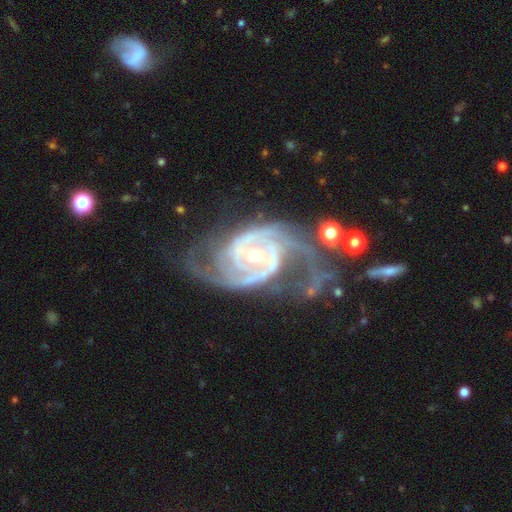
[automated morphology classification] A featured or disk galaxy (93%) with no bar (48%), 2 (64%) tight (45%) spiral arms (98%) and a moderate central bulge (51%). Merging: none (51%).